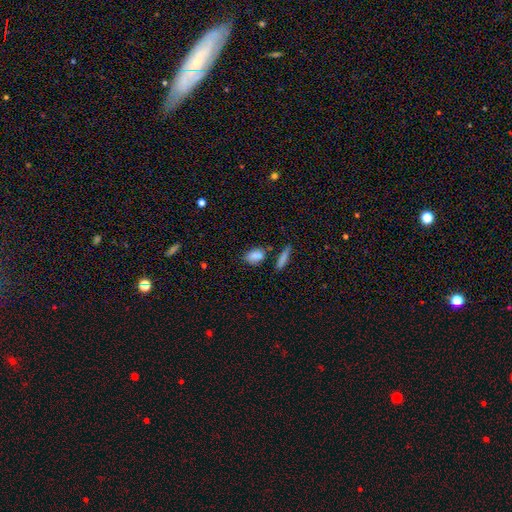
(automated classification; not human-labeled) smooth-or-featured: smooth: 83% | star or artifact: 9% | featured or disk: 8%
  how-rounded: in between: 80% | round: 14% | cigar-shaped: 6%
  merging: none: 65% | minor disturbance: 18% | merger: 13% | major disturbance: 5%